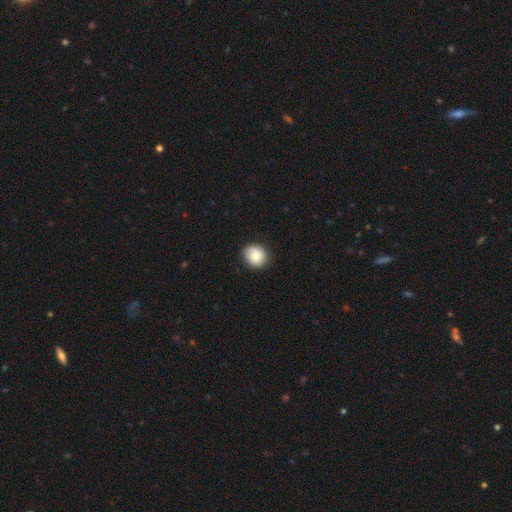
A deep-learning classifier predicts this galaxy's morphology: Q: Smooth or featured?
A: smooth (82%); runner-up: featured or disk (11%)
Q: How rounded?
A: round (81%); runner-up: in between (18%)
Q: Merging?
A: none (83%); runner-up: minor disturbance (13%)